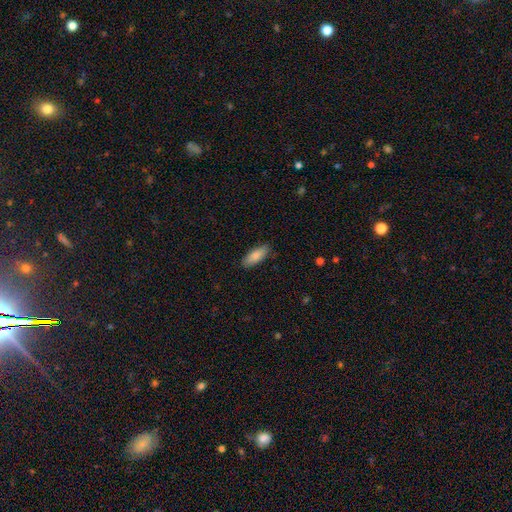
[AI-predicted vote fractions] A smooth galaxy with no disk features (83%) that is in between round and cigar-shaped (72%). Merging: none (86%).